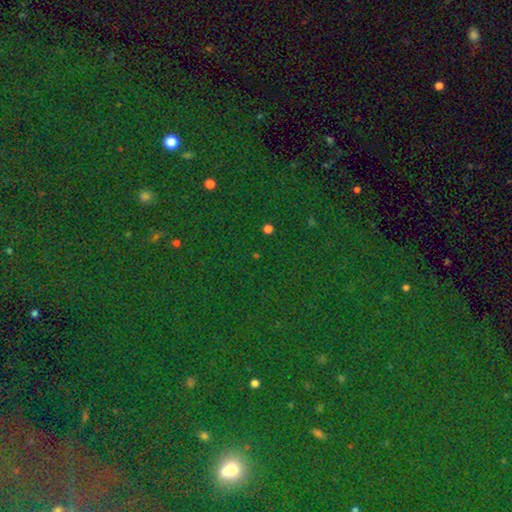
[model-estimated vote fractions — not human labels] Morphology: type=star or artifact (79%).